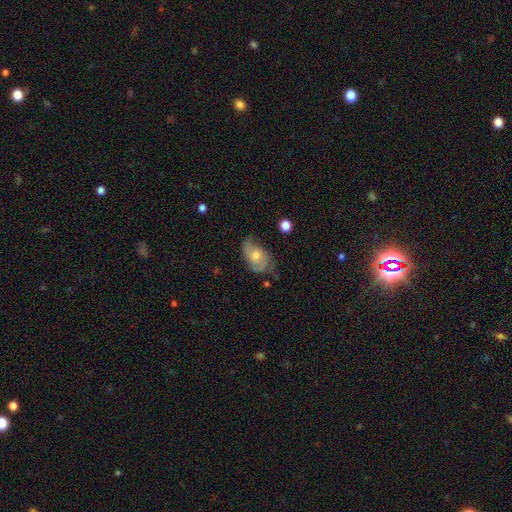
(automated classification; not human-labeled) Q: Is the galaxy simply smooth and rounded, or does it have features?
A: featured or disk — 53%.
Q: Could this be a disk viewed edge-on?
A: no — 93%.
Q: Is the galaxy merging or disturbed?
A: none — 53%.